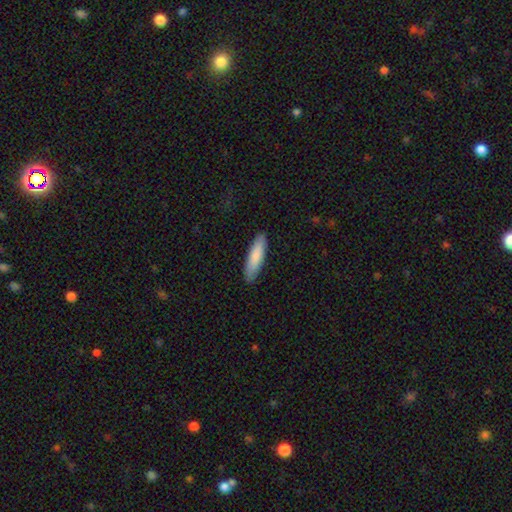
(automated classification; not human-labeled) The model was most divided on "how rounded": cigar-shaped: 65%, in between: 33%, round: 1%. More confident: merging — none (88%); smooth or featured — smooth (84%).